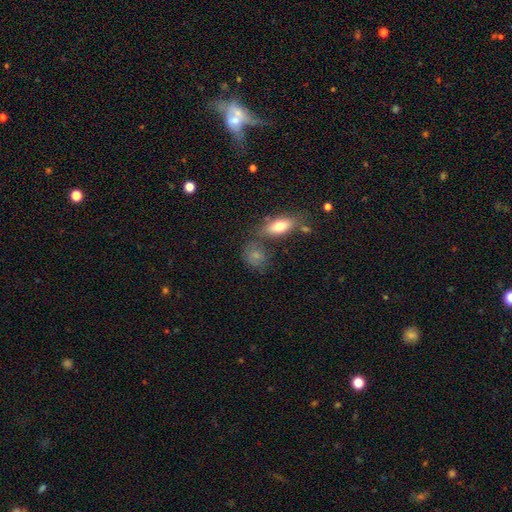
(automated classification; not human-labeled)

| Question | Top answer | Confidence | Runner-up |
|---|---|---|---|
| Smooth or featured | smooth | 73% | featured or disk (16%) |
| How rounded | in between | 52% | round (43%) |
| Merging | none | 58% | minor disturbance (18%) |